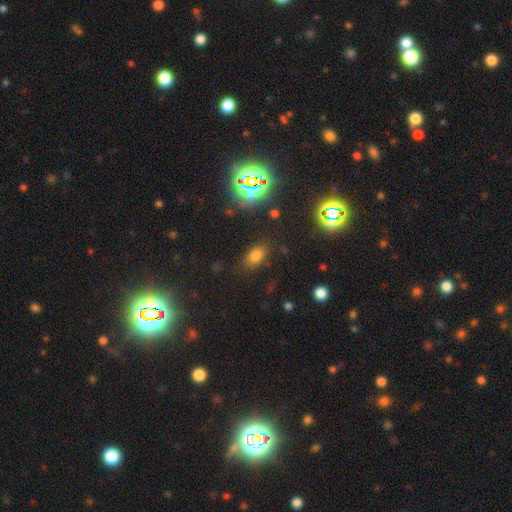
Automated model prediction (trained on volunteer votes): Smooth or featured?
  - smooth: 67% *
  - star or artifact: 25%
  - featured or disk: 9%
How rounded?
  - in between: 83% *
  - round: 13%
  - cigar-shaped: 4%
Merging?
  - none: 82% *
  - minor disturbance: 11%
  - major disturbance: 4%
  - merger: 2%